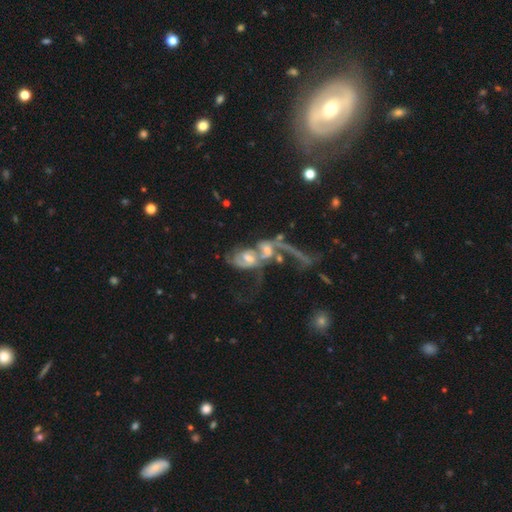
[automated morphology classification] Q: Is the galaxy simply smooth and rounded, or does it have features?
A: featured or disk — 62%.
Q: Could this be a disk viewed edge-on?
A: no — 89%.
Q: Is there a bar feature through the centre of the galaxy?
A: no — 67%.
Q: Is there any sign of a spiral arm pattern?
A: yes — 61%.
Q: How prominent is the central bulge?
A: moderate — 44%.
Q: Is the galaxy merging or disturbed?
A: merger — 56%.